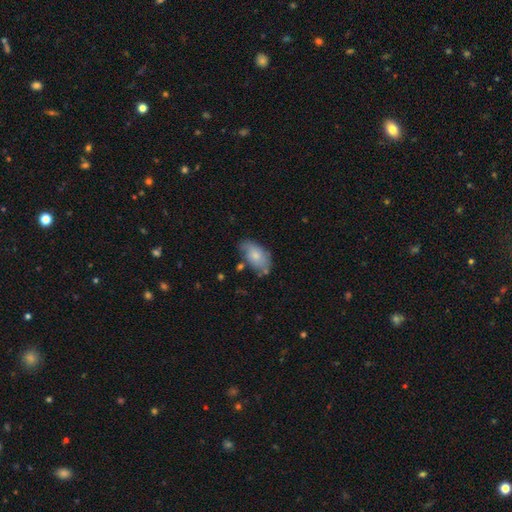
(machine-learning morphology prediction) This appears to be a smooth galaxy with no disk features (69%) that is in between round and cigar-shaped (93%). Merging: none (58%).